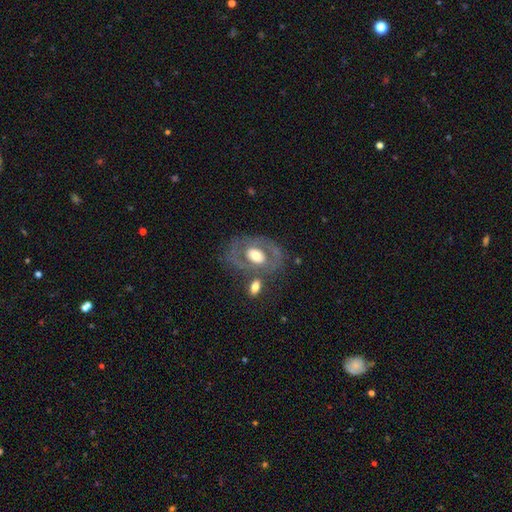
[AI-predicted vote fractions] Overall: featured or disk (62%; smooth 31%). Edge-on disk: no (93%). Bar: no (72%). Spiral arms: no (63%; yes 37%). Bulge size: moderate (54%; large 31%). Merging: none (61%).